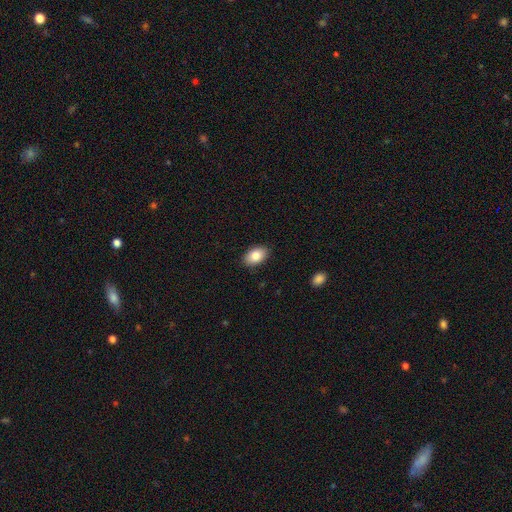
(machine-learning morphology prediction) A smooth galaxy with no disk features (85%) that is in between round and cigar-shaped (91%).

Vote fractions:
- Smooth or featured? smooth: 85% / featured or disk: 8% / star or artifact: 7%
- How rounded? in between: 91% / round: 7% / cigar-shaped: 1%
- Merging? none: 88% / minor disturbance: 9% / major disturbance: 2% / merger: 1%